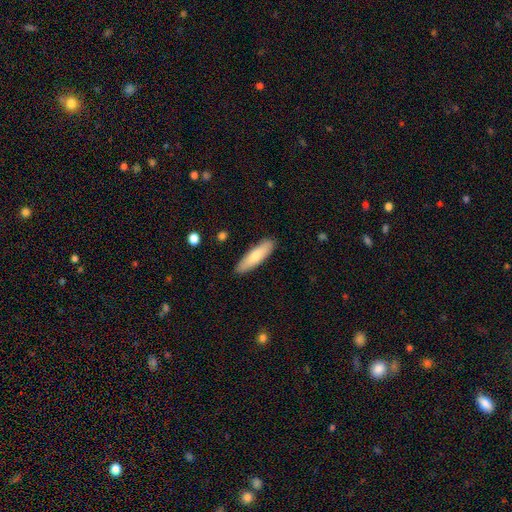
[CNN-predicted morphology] Smooth or featured: smooth — 76% (featured or disk — 19%)
How rounded: cigar-shaped — 63% (in between — 35%)
Merging: none — 88% (minor disturbance — 9%)